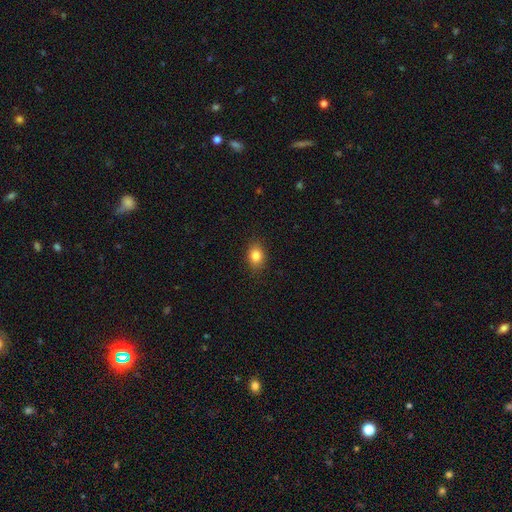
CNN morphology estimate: smooth 84%, star or artifact 10%, featured or disk 6%. Down the decision tree: how rounded — in between (66%); merging — none (87%).